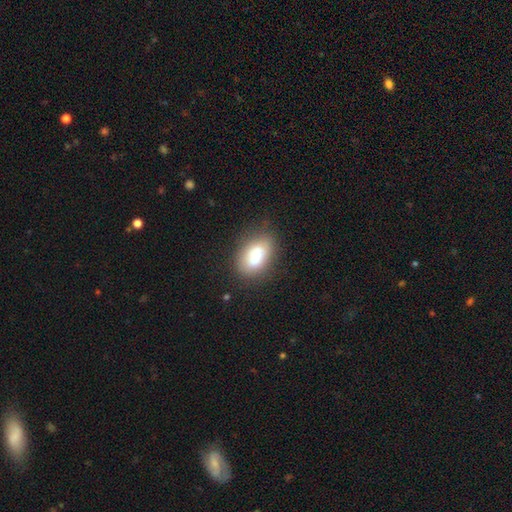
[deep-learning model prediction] smooth_or_featured: smooth (p=0.81) [alt: featured or disk p=0.11]
how_rounded: in between (p=0.88) [alt: round p=0.09]
merging: none (p=0.69) [alt: minor disturbance p=0.20]